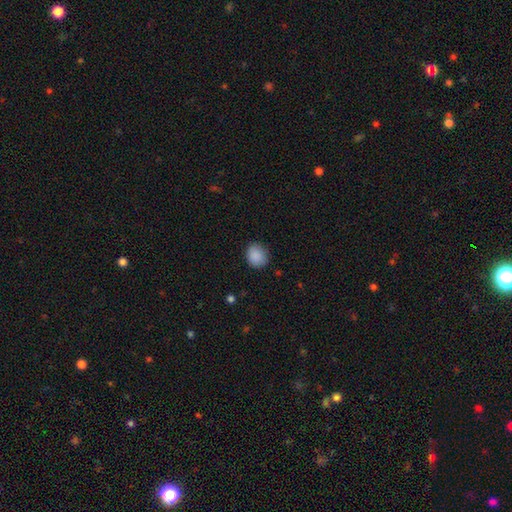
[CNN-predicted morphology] smooth-or-featured: smooth: 89% | star or artifact: 8% | featured or disk: 3%
  how-rounded: round: 67% | in between: 32% | cigar-shaped: 1%
  merging: none: 84% | minor disturbance: 12% | major disturbance: 3% | merger: 1%